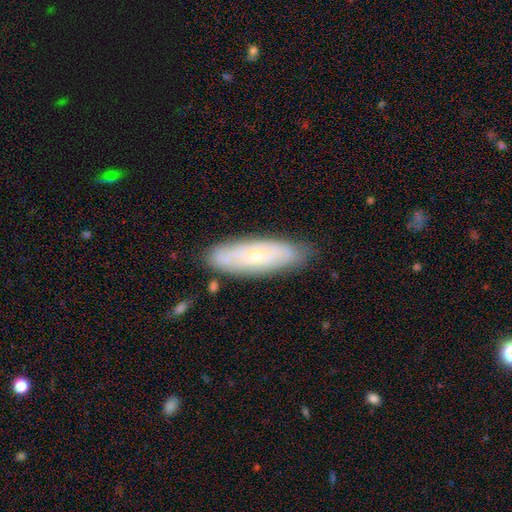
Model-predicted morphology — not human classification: Smooth or featured: featured or disk — 52% (smooth — 41%)
Edge-on disk: no — 75% (yes — 25%)
Merging: none — 78% (minor disturbance — 16%)